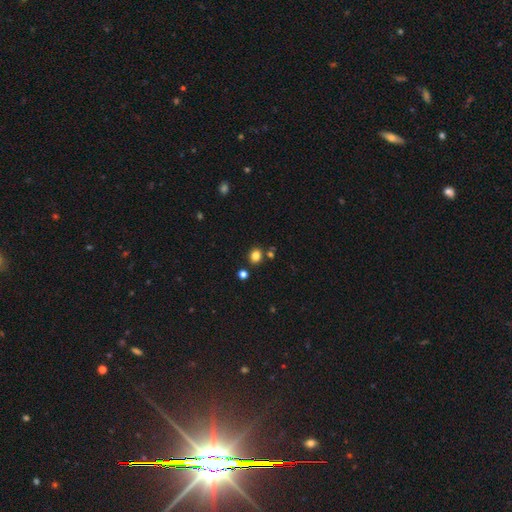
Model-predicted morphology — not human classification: A smooth galaxy with no disk features (82%) that is round (69%).

Vote fractions:
- Smooth or featured? smooth: 82% / star or artifact: 13% / featured or disk: 5%
- How rounded? round: 69% / in between: 30% / cigar-shaped: 1%
- Merging? none: 82% / minor disturbance: 8% / merger: 7% / major disturbance: 3%